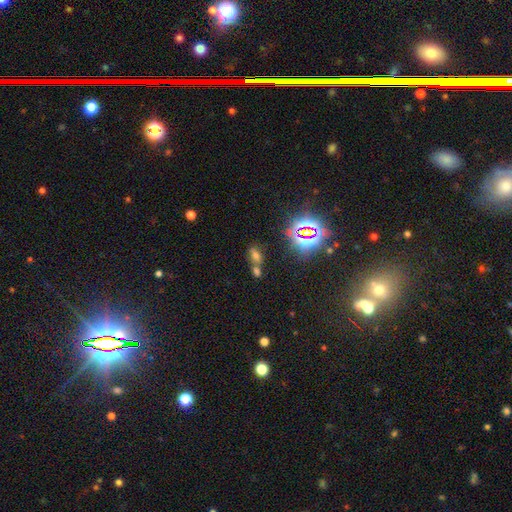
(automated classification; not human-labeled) Smooth or featured: smooth — 47% (star or artifact — 39%)
Merging: none — 43% (merger — 42%)